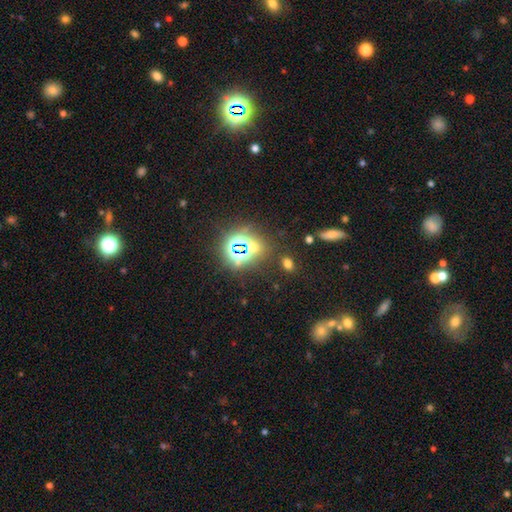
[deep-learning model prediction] A star or artifact, not a galaxy (73%).